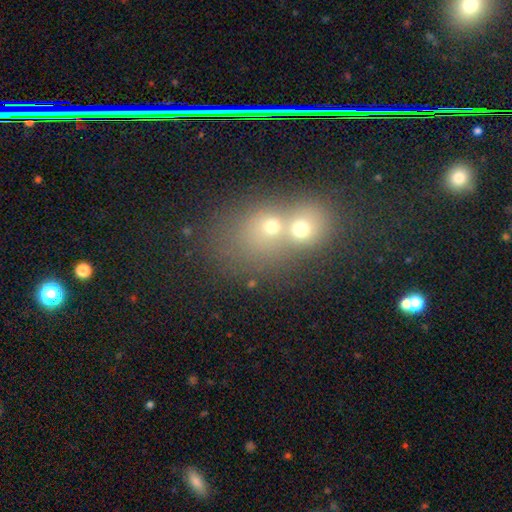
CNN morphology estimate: Q: Smooth or featured?
A: smooth (47%); runner-up: star or artifact (35%)
Q: Merging?
A: merger (49%); runner-up: none (40%)